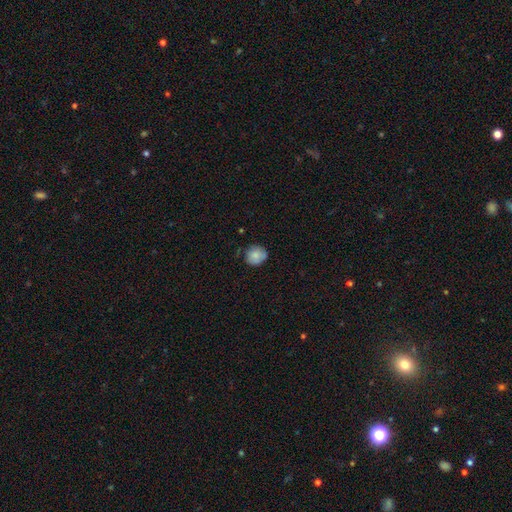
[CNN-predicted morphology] A smooth galaxy with no disk features (81%) that is round (84%). Merging: none (70%).